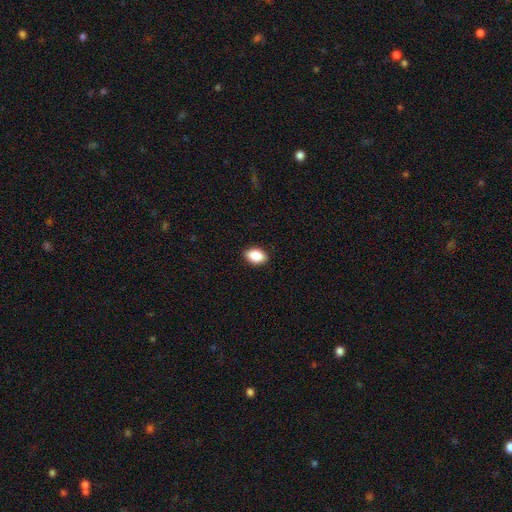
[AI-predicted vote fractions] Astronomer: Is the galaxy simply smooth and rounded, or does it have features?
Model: smooth — 88%.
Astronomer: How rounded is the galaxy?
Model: in between — 87%.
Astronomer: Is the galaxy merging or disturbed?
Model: none — 89%.